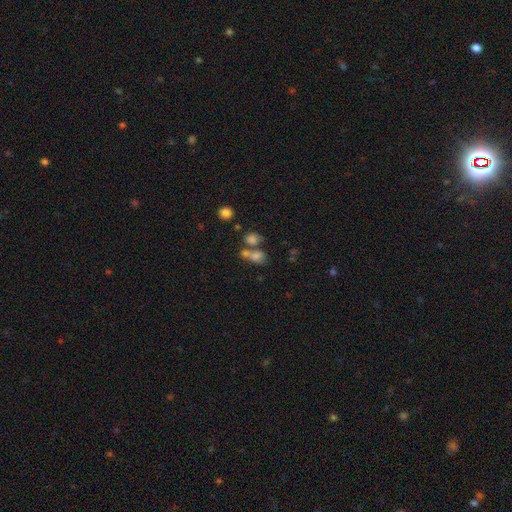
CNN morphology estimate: This is likely a smooth galaxy (73%). How rounded: possibly in between (59%). Merging: possibly merger (51%).